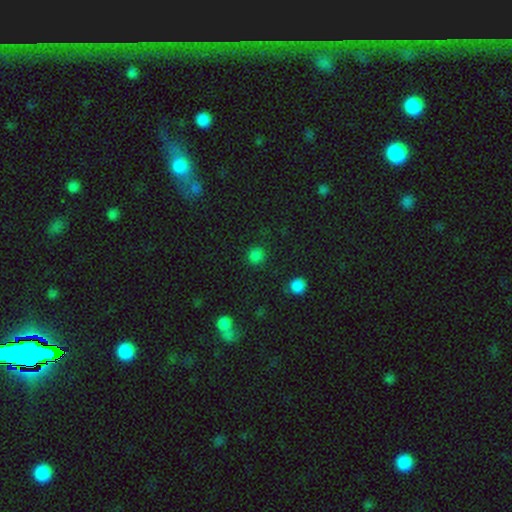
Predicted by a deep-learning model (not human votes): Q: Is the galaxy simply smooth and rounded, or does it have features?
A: smooth — 77%.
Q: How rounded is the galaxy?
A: round — 89%.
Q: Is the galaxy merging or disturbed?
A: none — 87%.